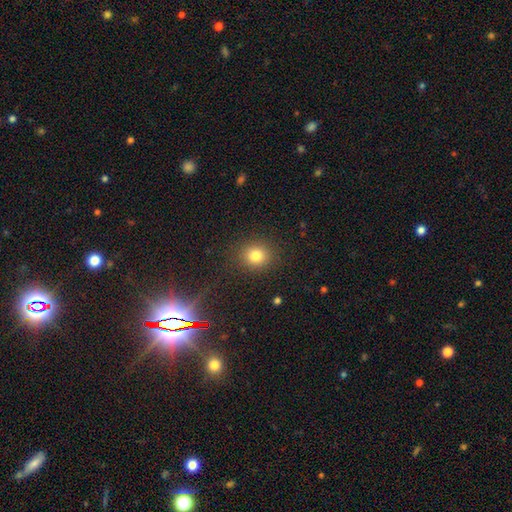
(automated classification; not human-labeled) This is likely a smooth galaxy (80%). How rounded: clearly round (83%). Merging: clearly none (88%).